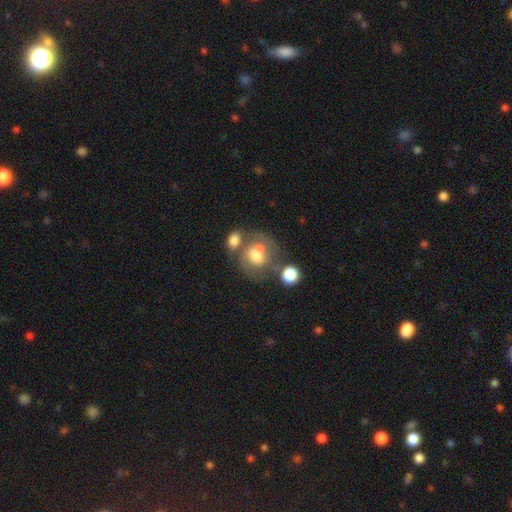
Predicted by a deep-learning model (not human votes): Smooth or featured: smooth — 49% (featured or disk — 41%)
Merging: merger — 37% (none — 33%)